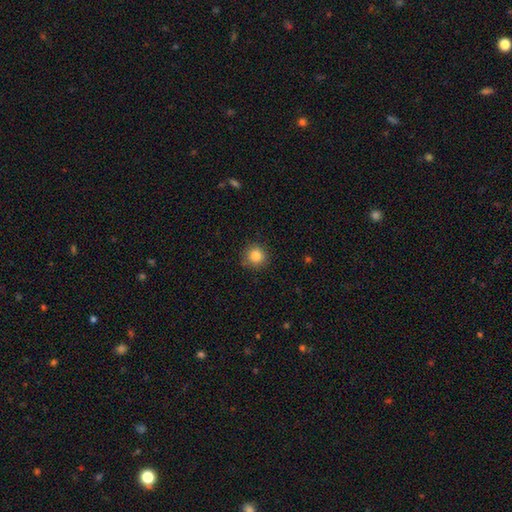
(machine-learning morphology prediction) Q: Smooth or featured?
A: smooth (84%); runner-up: star or artifact (11%)
Q: How rounded?
A: round (93%); runner-up: in between (6%)
Q: Merging?
A: none (86%); runner-up: minor disturbance (10%)